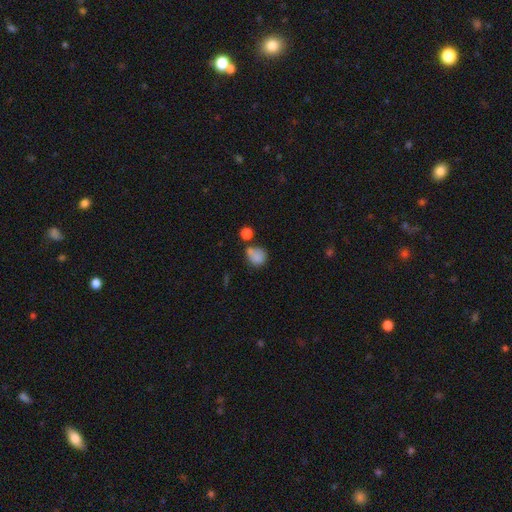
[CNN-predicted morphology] This is clearly a smooth galaxy (81%). How rounded: likely round (72%). Merging: possibly none (49%).